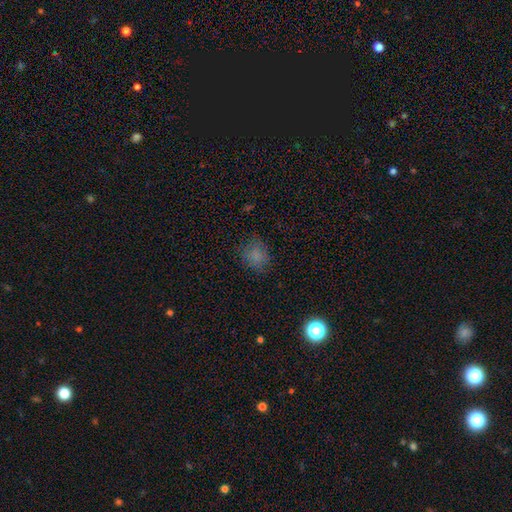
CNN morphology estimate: Q: Smooth or featured?
A: smooth (76%); runner-up: star or artifact (16%)
Q: How rounded?
A: round (67%); runner-up: in between (32%)
Q: Merging?
A: none (76%); runner-up: minor disturbance (17%)